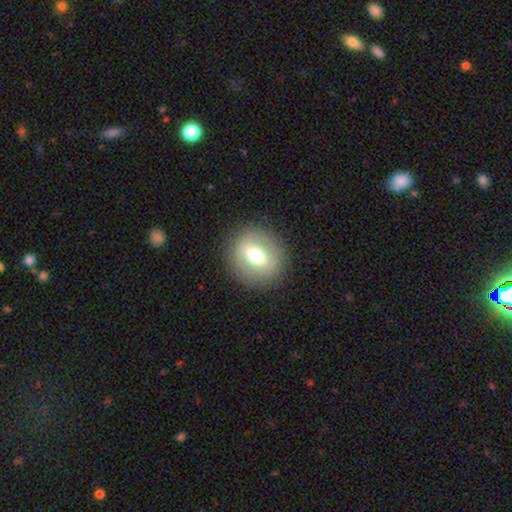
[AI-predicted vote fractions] Smooth or featured: smooth — 56% (featured or disk — 35%)
How rounded: round — 80% (in between — 19%)
Merging: none — 85% (minor disturbance — 9%)